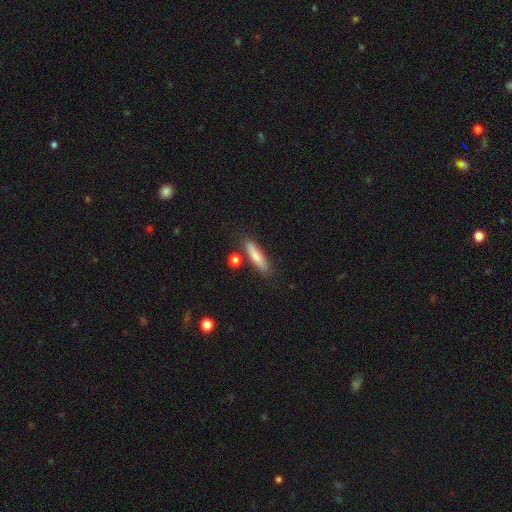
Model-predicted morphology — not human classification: A smooth galaxy with no disk features (78%) that is cigar-shaped (77%).

Vote fractions:
- Smooth or featured? smooth: 78% / featured or disk: 15% / star or artifact: 7%
- How rounded? cigar-shaped: 77% / in between: 21% / round: 2%
- Merging? none: 80% / minor disturbance: 12% / merger: 6% / major disturbance: 3%